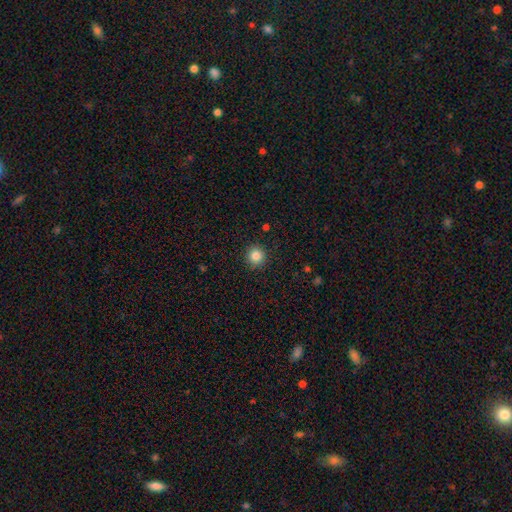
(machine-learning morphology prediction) The model was most divided on "smooth or featured": smooth: 84%, star or artifact: 11%, featured or disk: 5%. More confident: how rounded — round (94%); merging — none (91%).